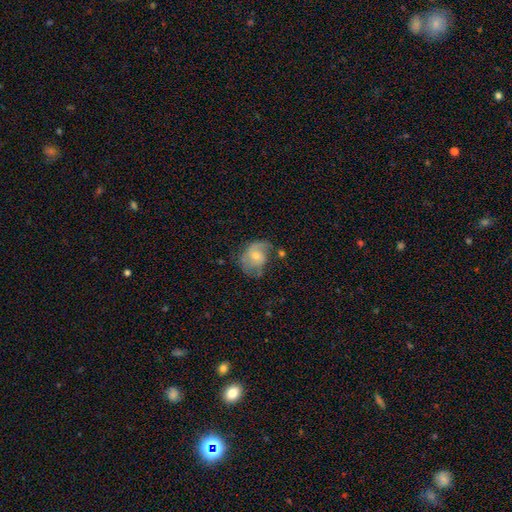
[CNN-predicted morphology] The model was most divided on "bulge size": small: 47%, moderate: 46%, none: 3%, large: 3%, dominant: 1%. Remaining: edge-on disk — no (97%); spiral arms — yes (76%); bar — no (67%); smooth or featured — featured or disk (53%); merging — none (44%).